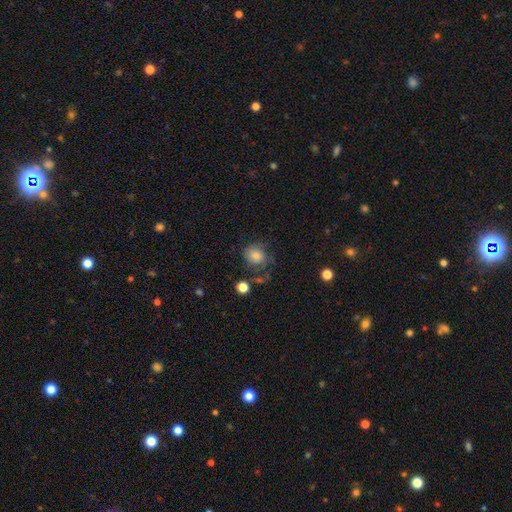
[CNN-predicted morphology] Smooth or featured?
  - smooth: 63% *
  - featured or disk: 26%
  - star or artifact: 12%
How rounded?
  - round: 78% *
  - in between: 21%
  - cigar-shaped: 1%
Merging?
  - none: 53% *
  - minor disturbance: 23%
  - major disturbance: 19%
  - merger: 5%